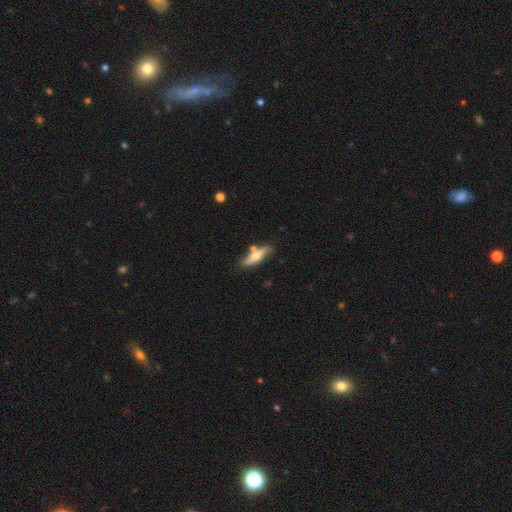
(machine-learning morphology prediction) smooth-or-featured: featured or disk: 51% | smooth: 43% | star or artifact: 6%
  disk-edge-on: yes: 81% | no: 19%
  merging: none: 70% | minor disturbance: 15% | merger: 12% | major disturbance: 4%